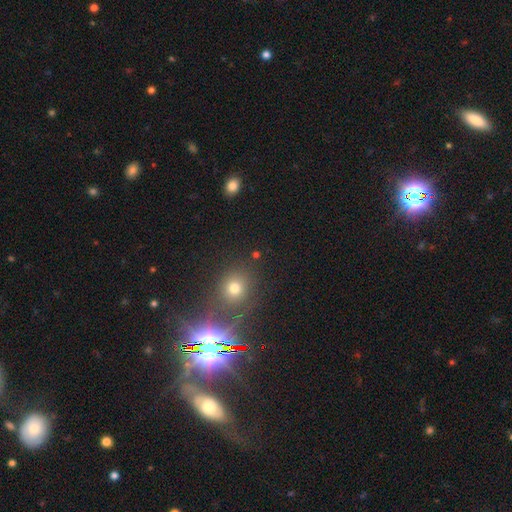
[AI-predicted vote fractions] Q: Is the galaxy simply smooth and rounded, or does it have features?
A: star or artifact — 48%.